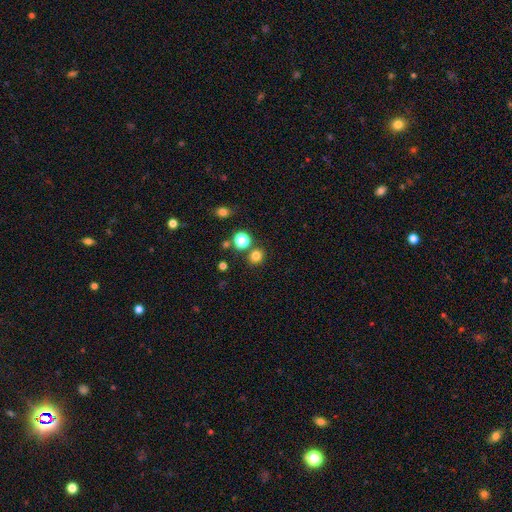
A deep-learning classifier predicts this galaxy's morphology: type=smooth (79%); roundness=round (85%); merging=none (79%).